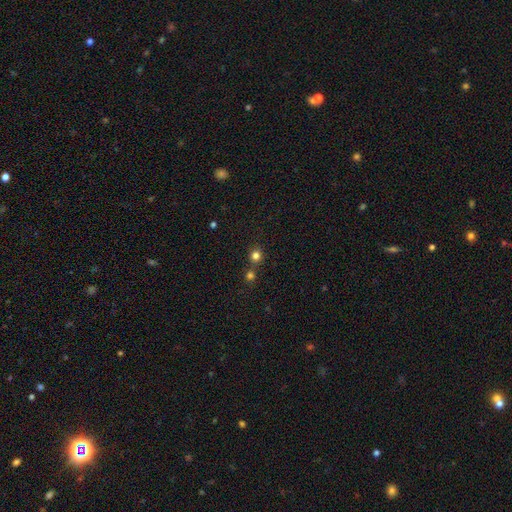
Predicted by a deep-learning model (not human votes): This appears to be a smooth galaxy with no disk features (76%) that is round (91%). Merging: none (70%).